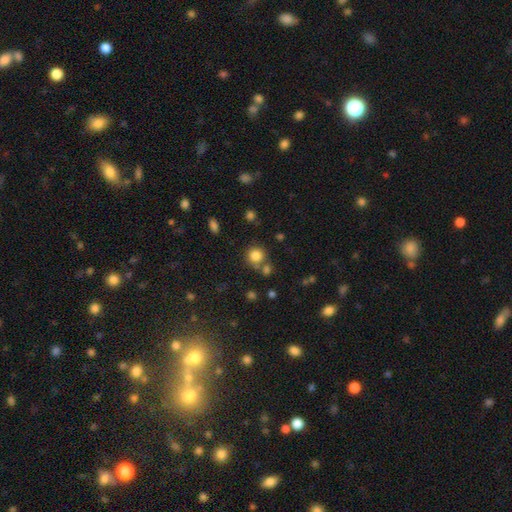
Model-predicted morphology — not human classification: type=smooth (82%); roundness=round (90%); merging=none (67%).